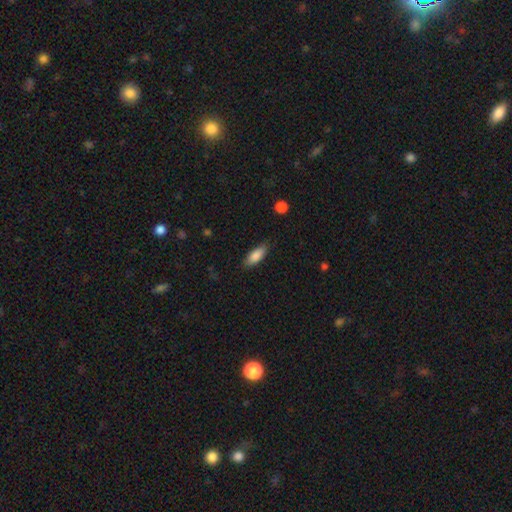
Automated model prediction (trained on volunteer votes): This is clearly a smooth galaxy (85%). How rounded: likely in between (72%). Merging: clearly none (83%).